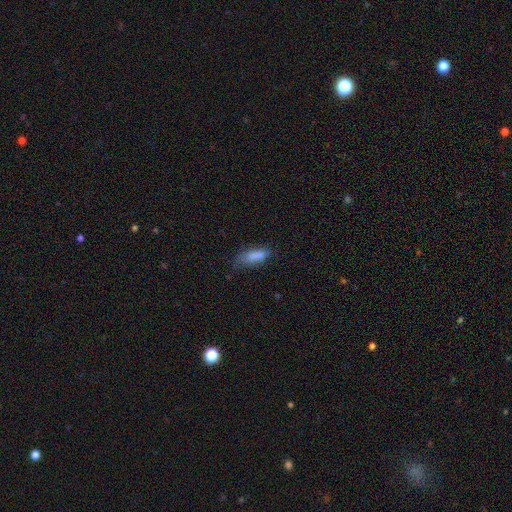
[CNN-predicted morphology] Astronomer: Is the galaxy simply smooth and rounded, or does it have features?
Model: smooth — 80%.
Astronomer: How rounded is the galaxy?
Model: in between — 70%.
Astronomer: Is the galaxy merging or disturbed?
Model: none — 48% (runner-up: minor disturbance, 34%).